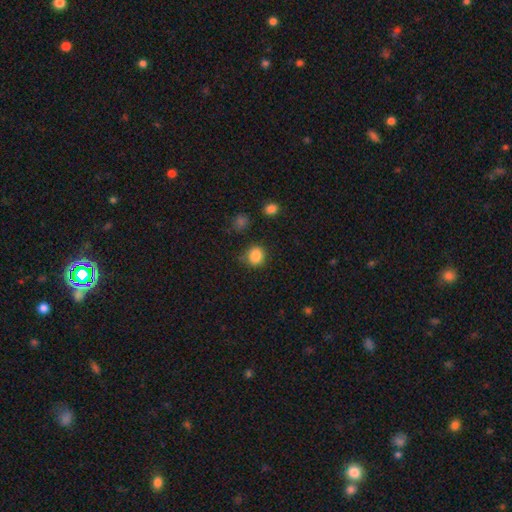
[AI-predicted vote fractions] Smooth or featured? smooth (86%)
How rounded? round (79%)
Merging? none (80%)